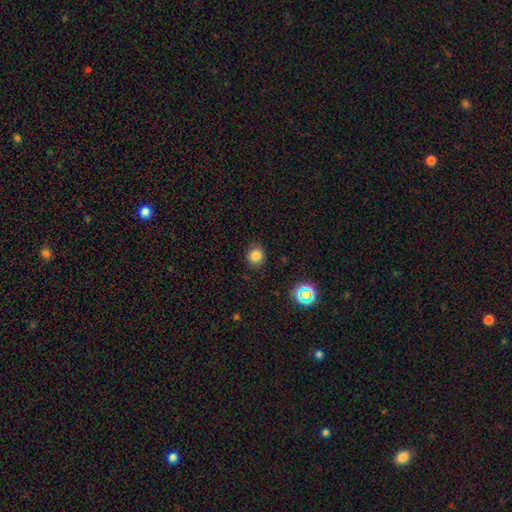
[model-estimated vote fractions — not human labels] smooth-or-featured: smooth: 80% | star or artifact: 14% | featured or disk: 6%
  how-rounded: round: 83% | in between: 16% | cigar-shaped: 1%
  merging: none: 85% | minor disturbance: 11% | major disturbance: 3% | merger: 1%